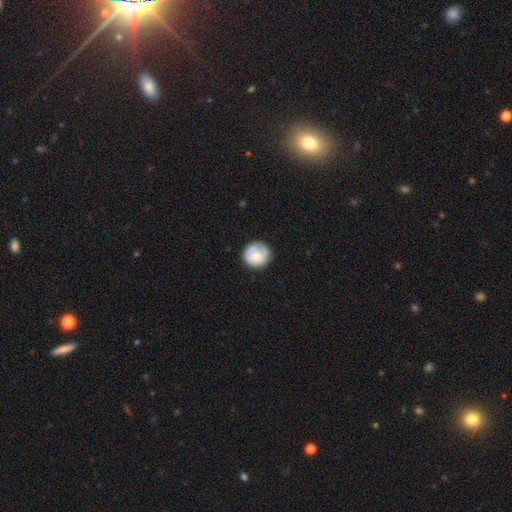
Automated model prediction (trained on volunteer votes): Smooth or featured: smooth — 64% (featured or disk — 30%)
How rounded: round — 91% (in between — 8%)
Merging: none — 74% (minor disturbance — 19%)